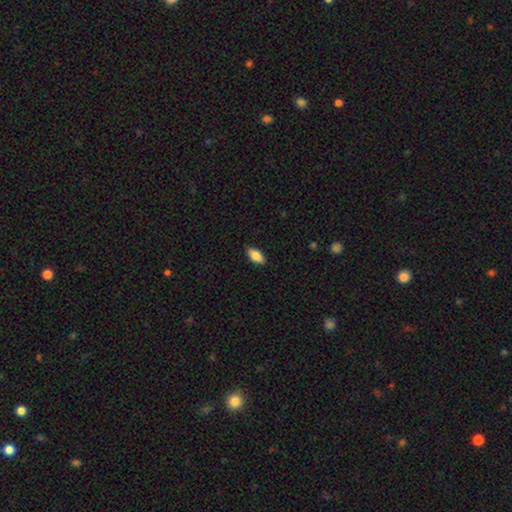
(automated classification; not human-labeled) smooth_or_featured: smooth (p=0.83) [alt: featured or disk p=0.10]
how_rounded: in between (p=0.90) [alt: cigar-shaped p=0.08]
merging: none (p=0.89) [alt: minor disturbance p=0.09]